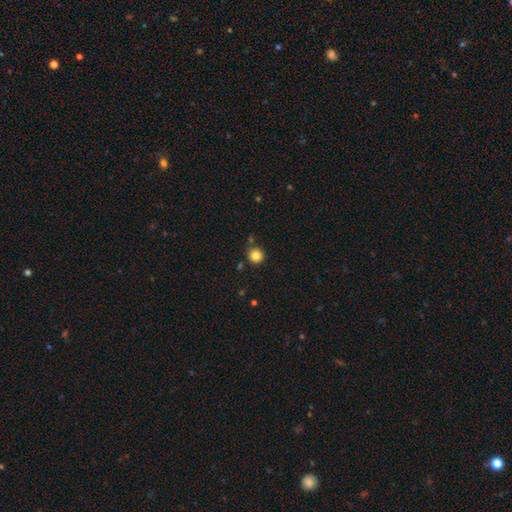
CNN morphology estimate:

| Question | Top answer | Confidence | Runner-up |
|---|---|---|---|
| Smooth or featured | smooth | 83% | star or artifact (11%) |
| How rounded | round | 94% | in between (6%) |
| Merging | none | 84% | minor disturbance (8%) |